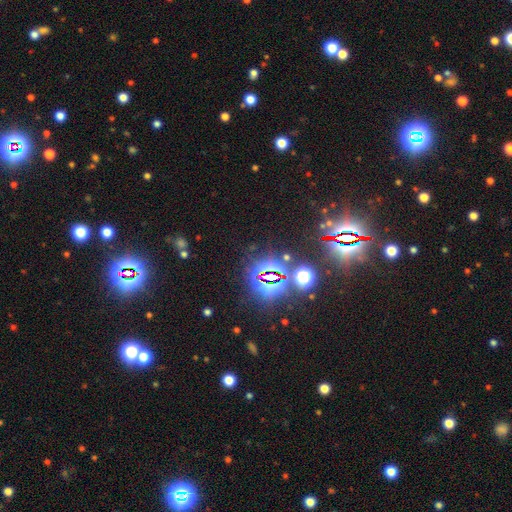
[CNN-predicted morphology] This appears to be a star or artifact, not a galaxy (79%).